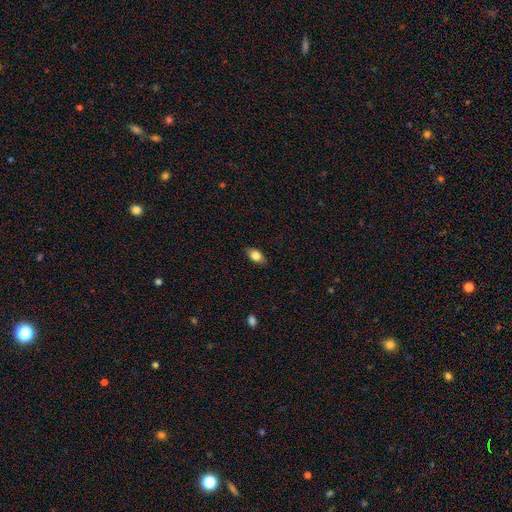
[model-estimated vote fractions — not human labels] A smooth galaxy with no disk features (80%) that is in between round and cigar-shaped (88%). Merging: none (85%).